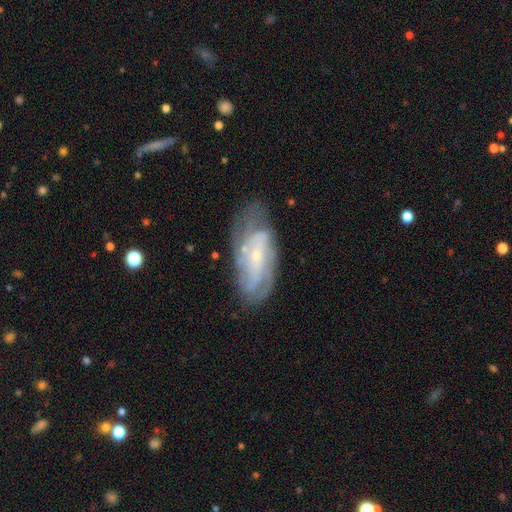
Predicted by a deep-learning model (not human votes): smooth-or-featured: featured or disk: 79% | smooth: 14% | star or artifact: 6%
  disk-edge-on: no: 93% | yes: 7%
    bar: no: 53% | weak: 34% | strong: 14%
    has-spiral-arms: yes: 90% | no: 10%
      spiral-winding: tight: 53% | medium: 35% | loose: 12%
      spiral-arm-count: can't tell: 41% | 2: 23% | 3: 15% | 4: 11% | more than 4: 5% | 1: 4%
    bulge-size: small: 79% | moderate: 16% | none: 3% | large: 1% | dominant: 1%
  merging: none: 65% | minor disturbance: 23% | major disturbance: 10% | merger: 2%